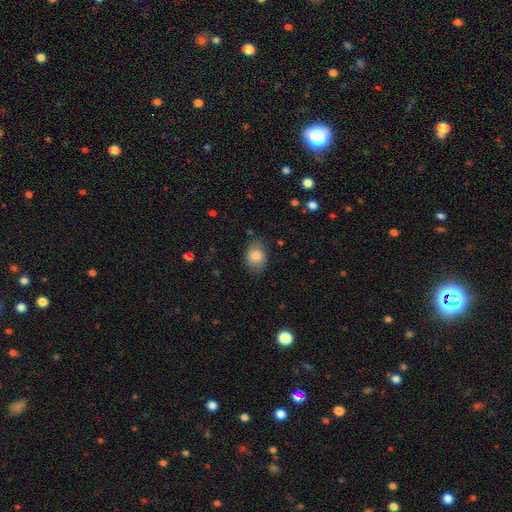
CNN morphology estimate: The model was most divided on "how rounded": in between: 75%, round: 24%, cigar-shaped: 1%. More confident: smooth or featured — smooth (82%); merging — none (77%).